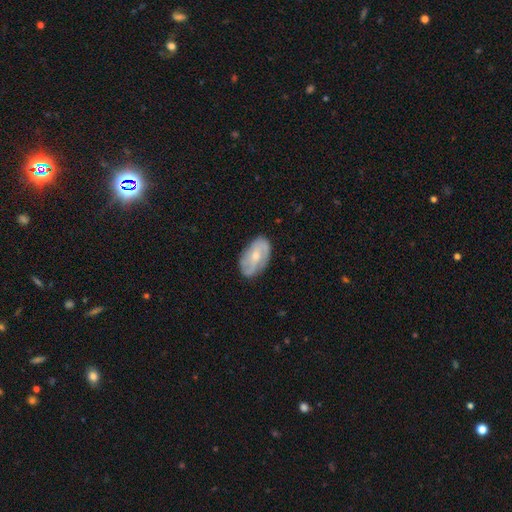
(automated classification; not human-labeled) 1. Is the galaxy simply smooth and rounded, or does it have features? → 57% featured or disk, 37% smooth, 6% star or artifact.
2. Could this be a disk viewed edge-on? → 94% no, 6% yes.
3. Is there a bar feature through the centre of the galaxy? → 57% no, 34% weak, 9% strong.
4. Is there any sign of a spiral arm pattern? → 77% yes, 23% no.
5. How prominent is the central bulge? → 48% moderate, 46% small, 3% none, 2% large, 1% dominant.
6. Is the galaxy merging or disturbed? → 77% none, 18% minor disturbance, 4% major disturbance, 1% merger.